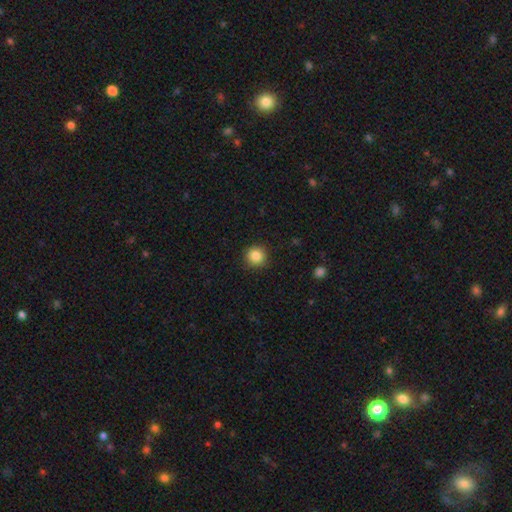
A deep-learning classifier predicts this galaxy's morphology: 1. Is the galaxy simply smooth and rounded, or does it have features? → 86% smooth, 10% star or artifact, 4% featured or disk.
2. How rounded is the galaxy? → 94% round, 5% in between, 1% cigar-shaped.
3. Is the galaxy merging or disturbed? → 90% none, 7% minor disturbance, 2% major disturbance, 1% merger.